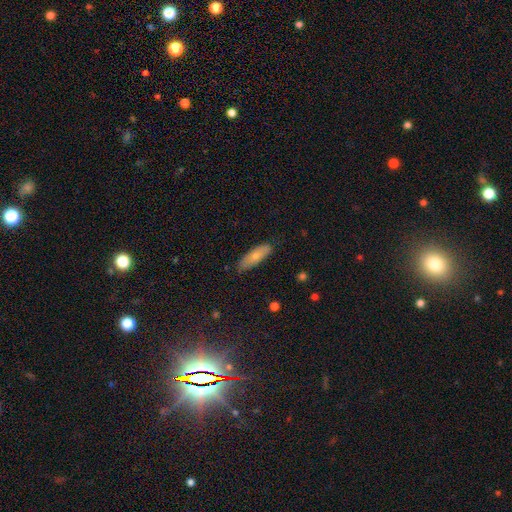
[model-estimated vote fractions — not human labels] This is likely a smooth galaxy (73%). How rounded: possibly in between (51%). Merging: clearly none (83%).